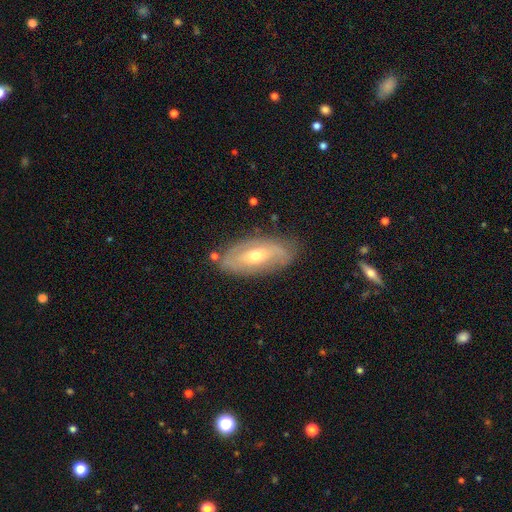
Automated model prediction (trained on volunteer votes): smooth-or-featured: featured or disk: 62% | smooth: 31% | star or artifact: 7%
  disk-edge-on: no: 85% | yes: 15%
    bar: no: 55% | weak: 31% | strong: 14%
    has-spiral-arms: yes: 63% | no: 37%
    bulge-size: moderate: 55% | small: 40% | large: 3% | dominant: 1% | none: 1%
  merging: none: 74% | minor disturbance: 18% | major disturbance: 5% | merger: 2%